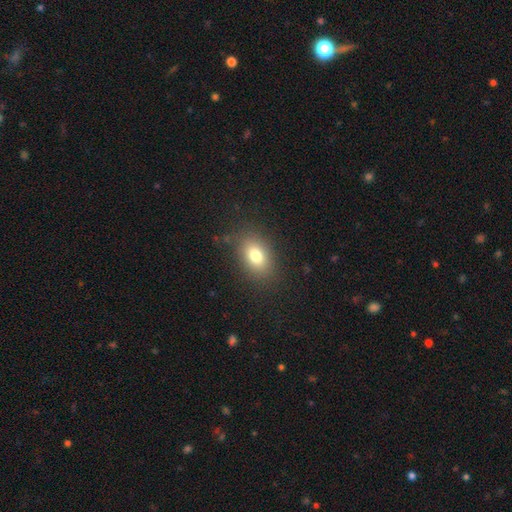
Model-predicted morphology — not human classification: The model was most divided on "how rounded": in between: 80%, round: 19%, cigar-shaped: 2%. More confident: merging — none (84%); smooth or featured — smooth (78%).